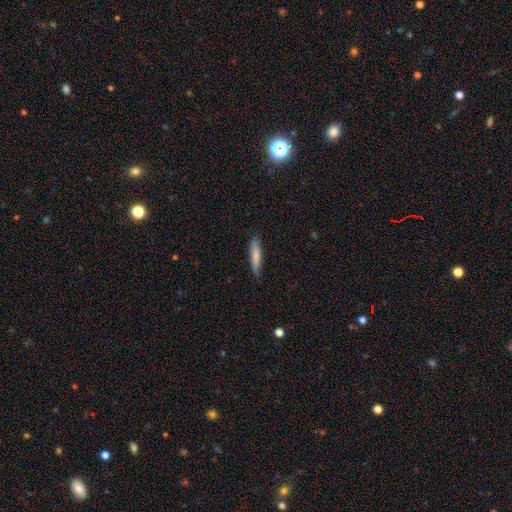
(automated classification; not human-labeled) Overall: smooth (80%). How rounded: cigar-shaped (85%). Merging: none (79%).